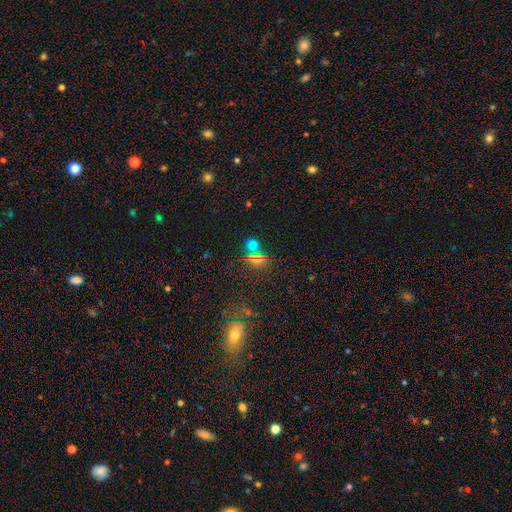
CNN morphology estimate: Overall: smooth (51%; star or artifact 41%). How rounded: round (71%). Merging: none (71%).